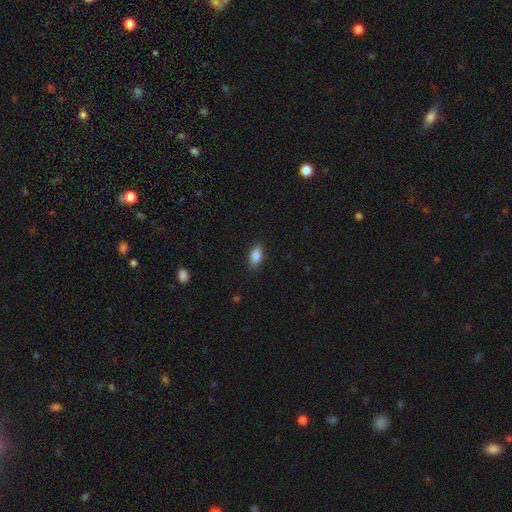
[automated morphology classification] type=smooth (88%); roundness=in between (91%); merging=none (86%).